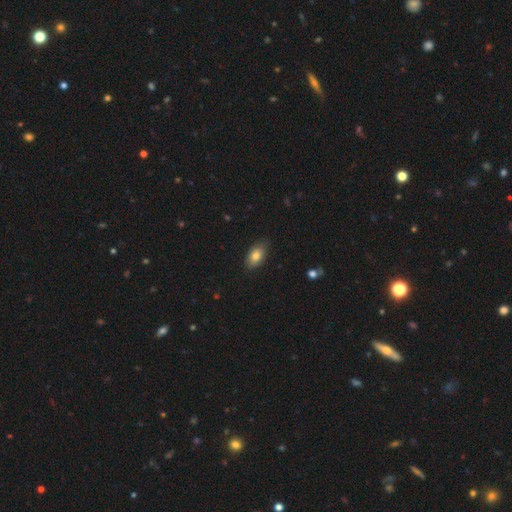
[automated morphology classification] Smooth or featured? smooth (80%)
How rounded? in between (90%)
Merging? none (81%)